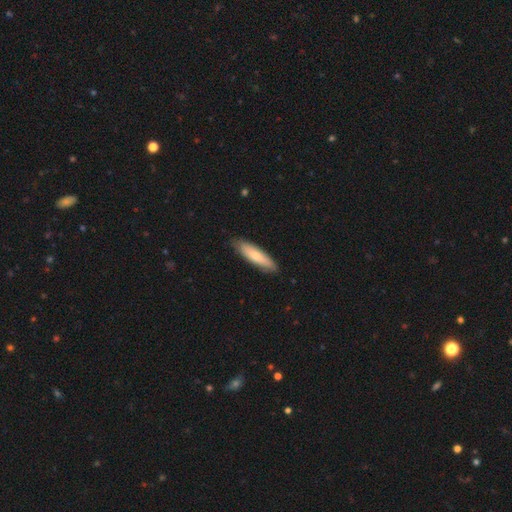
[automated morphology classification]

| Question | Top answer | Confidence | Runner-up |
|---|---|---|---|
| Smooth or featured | smooth | 72% | featured or disk (22%) |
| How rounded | cigar-shaped | 67% | in between (32%) |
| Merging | none | 83% | minor disturbance (14%) |